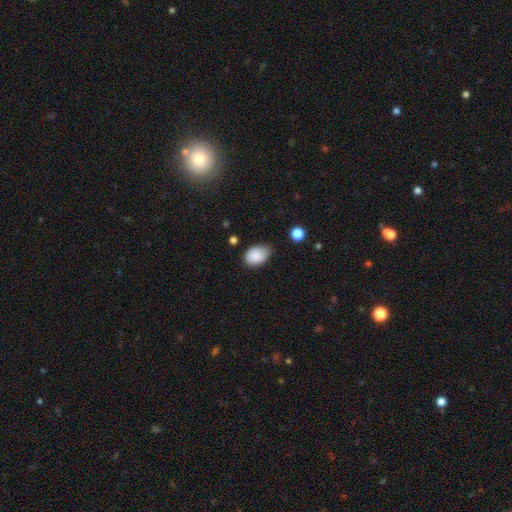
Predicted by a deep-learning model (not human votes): This is clearly a smooth galaxy (88%). How rounded: clearly in between (81%). Merging: possibly none (57%).